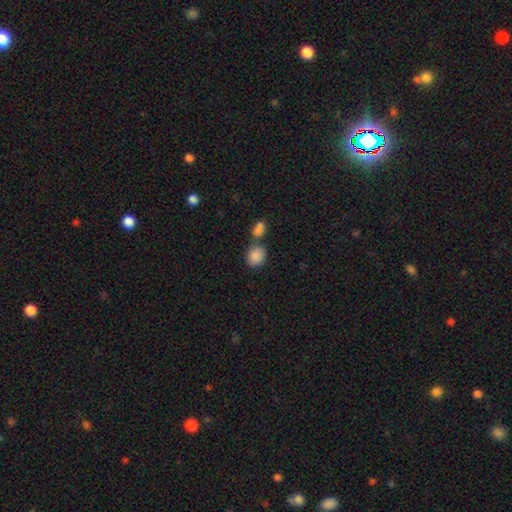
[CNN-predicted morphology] Overall: smooth (87%). How rounded: round (67%; in between 32%). Merging: none (55%; merger 31%).